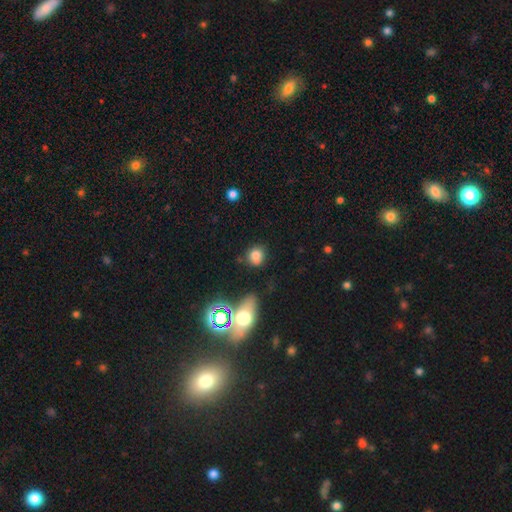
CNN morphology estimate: Overall: smooth (78%). How rounded: round (77%). Merging: none (73%).